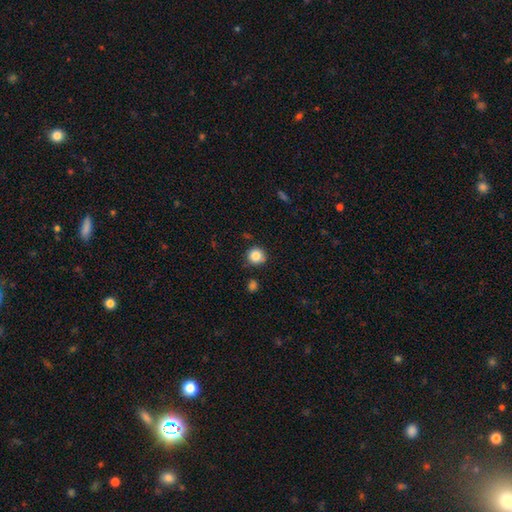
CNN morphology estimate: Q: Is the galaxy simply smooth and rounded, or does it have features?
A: smooth — 84%.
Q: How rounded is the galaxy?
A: round — 92%.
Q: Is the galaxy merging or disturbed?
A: none — 83%.